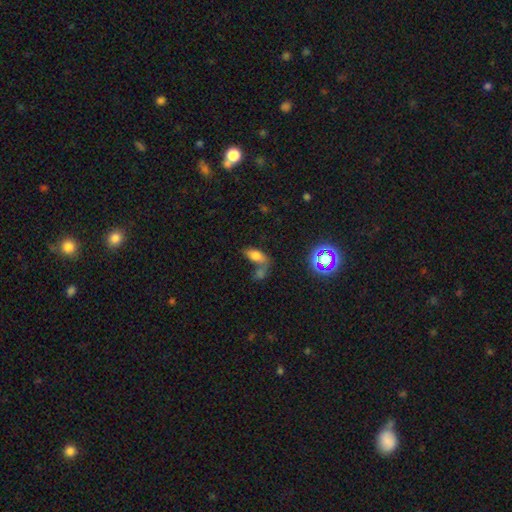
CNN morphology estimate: Overall: smooth (70%). How rounded: in between (88%). Merging: merger (45%; none 29%).